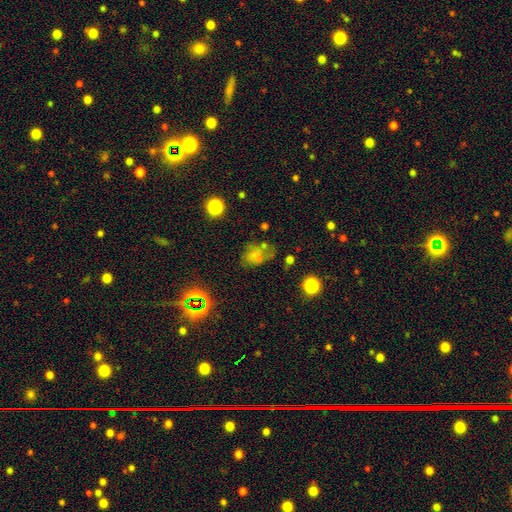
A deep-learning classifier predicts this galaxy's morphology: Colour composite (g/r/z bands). It shows a smooth galaxy with no disk features (54%) that is in between round and cigar-shaped (69%). Merging: none (43%).